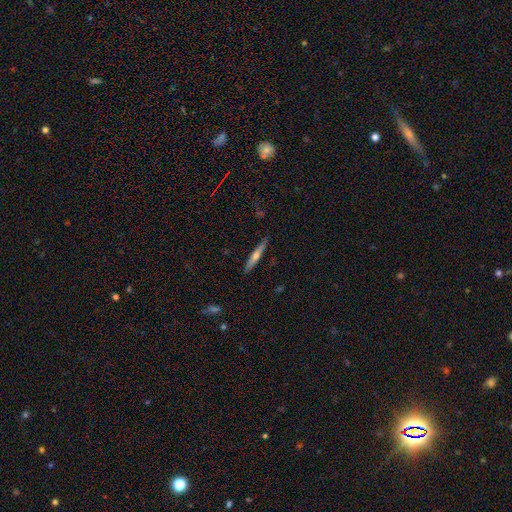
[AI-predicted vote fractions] A featured or disk galaxy (50%) viewed edge-on (95%).

Vote fractions:
- Smooth or featured? featured or disk: 50% / smooth: 43% / star or artifact: 6%
- Edge-on disk? yes: 95% / no: 5%
- Merging? none: 88% / minor disturbance: 9% / major disturbance: 2% / merger: 1%